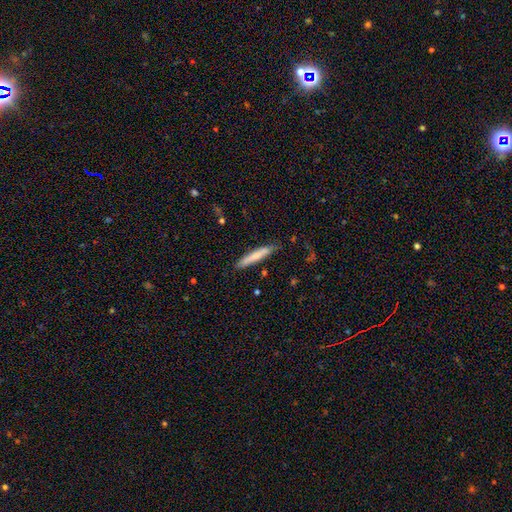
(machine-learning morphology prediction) This is likely a smooth galaxy (72%). How rounded: clearly cigar-shaped (93%). Merging: clearly none (80%).